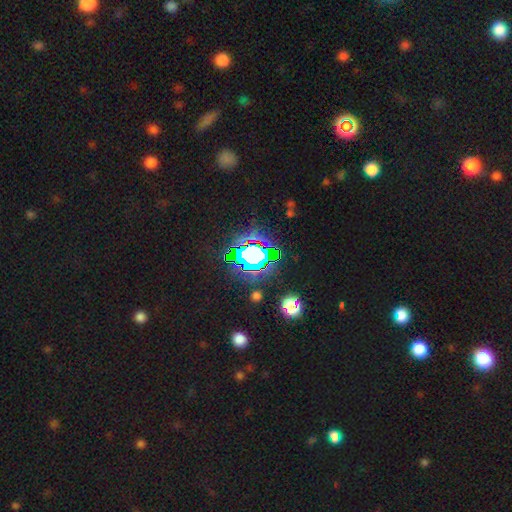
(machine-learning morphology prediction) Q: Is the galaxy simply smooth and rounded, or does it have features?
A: star or artifact — 81%.